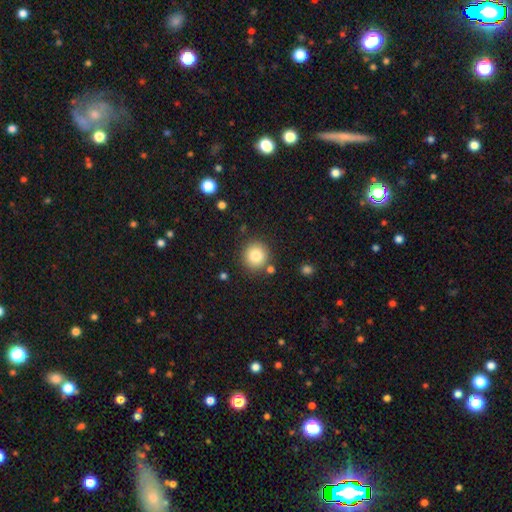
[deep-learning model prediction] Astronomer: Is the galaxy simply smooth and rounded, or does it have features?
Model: smooth — 82%.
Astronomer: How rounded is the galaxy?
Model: round — 91%.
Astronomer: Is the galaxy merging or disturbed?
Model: none — 84%.